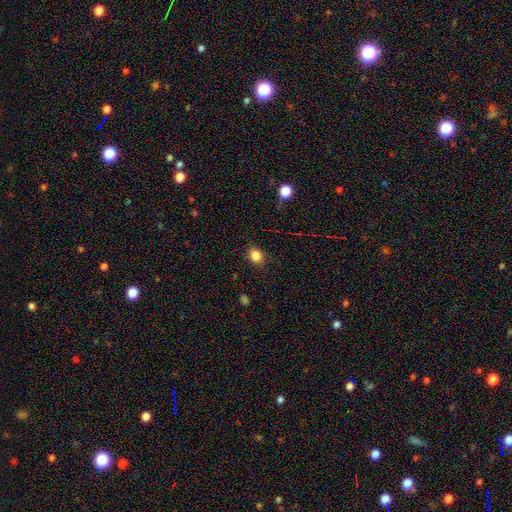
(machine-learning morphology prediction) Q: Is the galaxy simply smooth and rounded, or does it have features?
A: smooth — 84%.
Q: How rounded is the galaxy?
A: round — 56%.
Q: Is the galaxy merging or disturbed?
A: none — 82%.